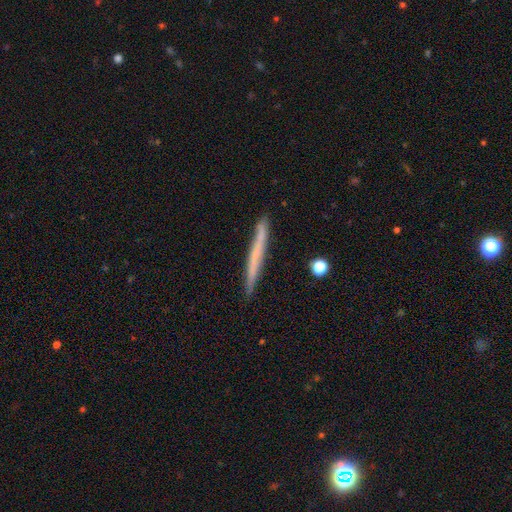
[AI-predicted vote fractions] A smooth galaxy with no disk features (49%). Merging: none (88%).